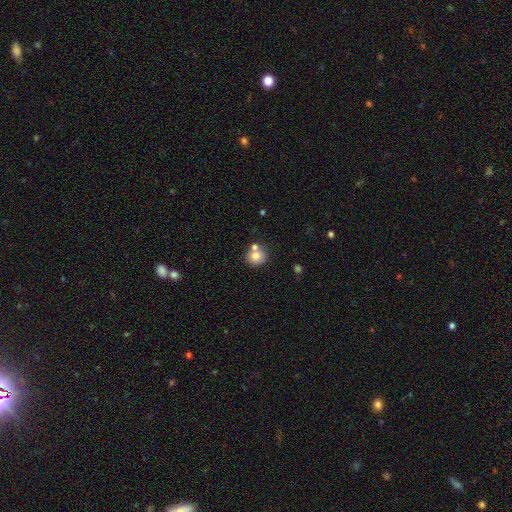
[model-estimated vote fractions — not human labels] This appears to be a smooth galaxy with no disk features (77%) that is round (84%). Merging: none (60%).